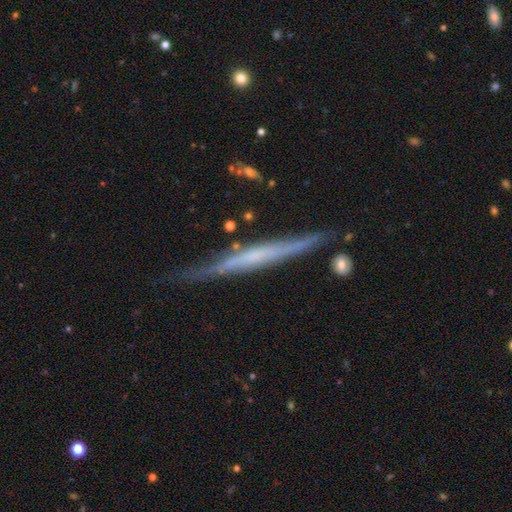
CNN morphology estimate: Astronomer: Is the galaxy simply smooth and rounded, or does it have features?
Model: featured or disk — 68%.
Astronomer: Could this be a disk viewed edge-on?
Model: yes — 96%.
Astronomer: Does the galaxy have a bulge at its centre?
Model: none — 72%.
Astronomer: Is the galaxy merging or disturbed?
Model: none — 76%.